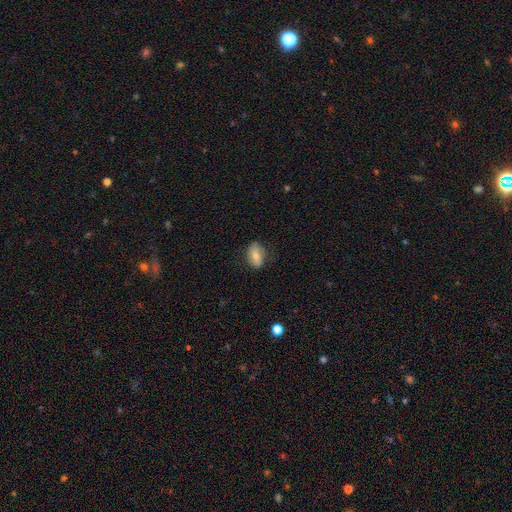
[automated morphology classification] smooth-or-featured: smooth: 68% | featured or disk: 24% | star or artifact: 8%
  how-rounded: in between: 85% | round: 12% | cigar-shaped: 3%
  merging: none: 75% | minor disturbance: 19% | major disturbance: 5% | merger: 1%